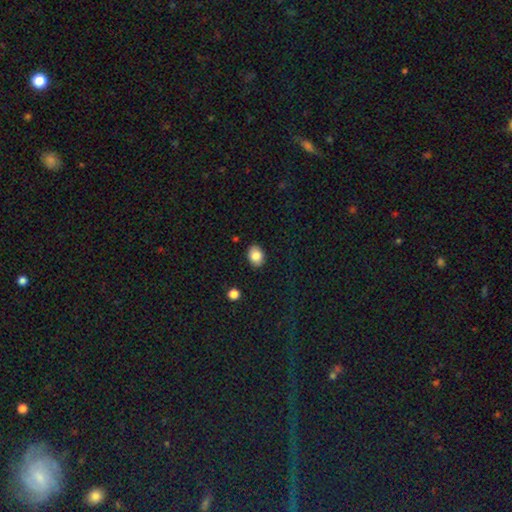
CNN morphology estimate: The model was most divided on "how rounded": in between: 71%, round: 28%, cigar-shaped: 1%. More confident: merging — none (87%); smooth or featured — smooth (85%).